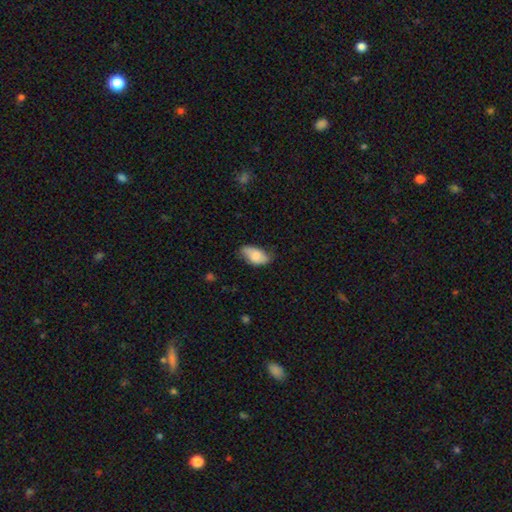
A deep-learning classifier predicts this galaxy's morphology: Smooth or featured: smooth — 75% (featured or disk — 18%)
How rounded: in between — 93% (round — 4%)
Merging: none — 57% (minor disturbance — 33%)